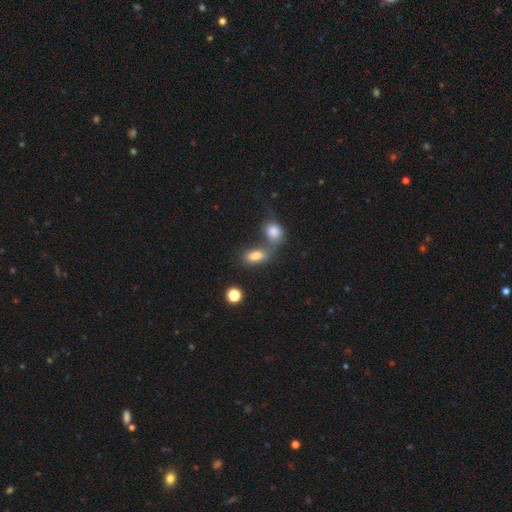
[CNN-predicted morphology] Smooth or featured?
  - smooth: 80% *
  - star or artifact: 10%
  - featured or disk: 10%
How rounded?
  - in between: 84% *
  - round: 12%
  - cigar-shaped: 4%
Merging?
  - merger: 50% *
  - none: 33%
  - minor disturbance: 10%
  - major disturbance: 6%